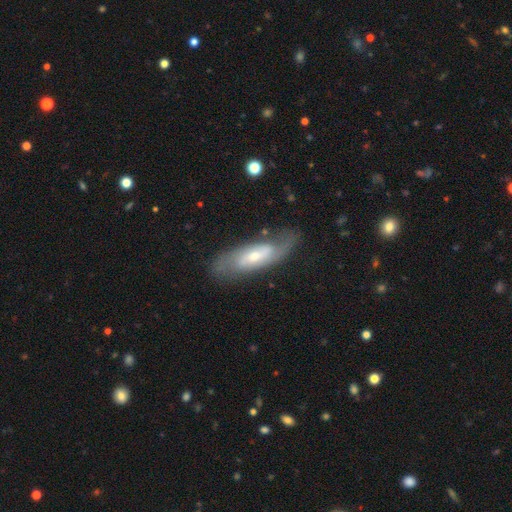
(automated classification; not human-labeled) Smooth or featured: featured or disk — 70% (smooth — 24%)
Edge-on disk: no — 82% (yes — 18%)
Bar: weak — 41% (tied with no — 41%)
Spiral arms: yes — 84% (no — 16%)
Bulge size: small — 48% (moderate — 45%)
Merging: none — 74% (minor disturbance — 17%)